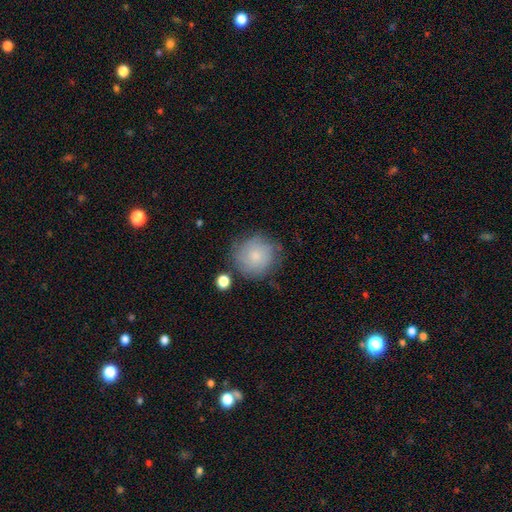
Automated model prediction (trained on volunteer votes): A smooth galaxy with no disk features (62%) that is round (91%). Merging: none (72%).